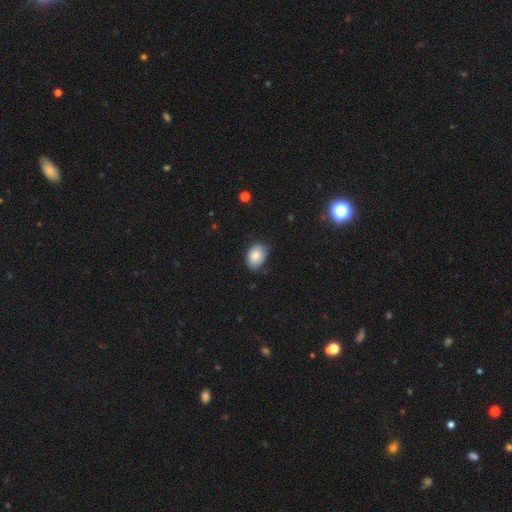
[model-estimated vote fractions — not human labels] Morphology: type=smooth (84%); roundness=in between (76%); merging=none (71%).